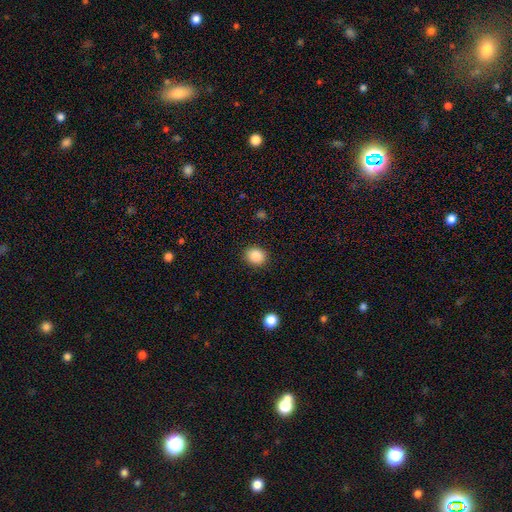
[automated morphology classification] This is clearly a smooth galaxy (88%). How rounded: likely round (70%). Merging: clearly none (90%).